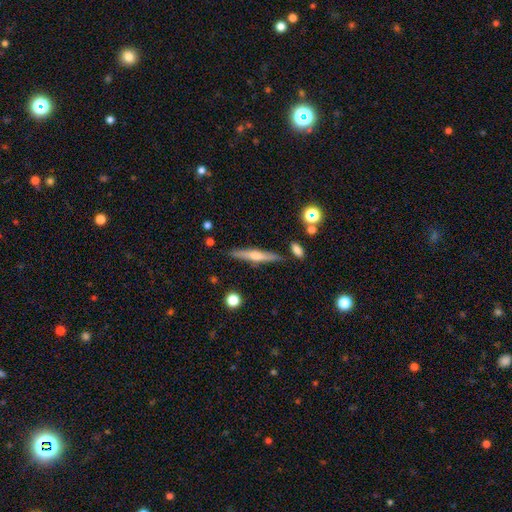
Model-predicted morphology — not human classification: smooth-or-featured: featured or disk: 55% | smooth: 38% | star or artifact: 7%
  disk-edge-on: yes: 96% | no: 4%
    edge-on-bulge: rounded: 78% | none: 13% | boxy: 9%
  merging: none: 85% | minor disturbance: 10% | merger: 3% | major disturbance: 2%